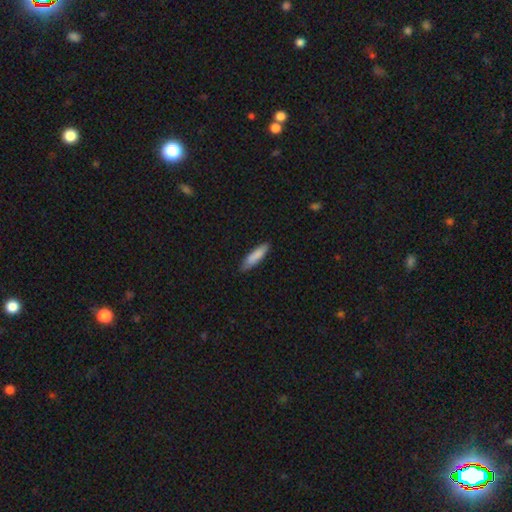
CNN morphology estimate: Overall: smooth (85%). How rounded: cigar-shaped (73%). Merging: none (83%).